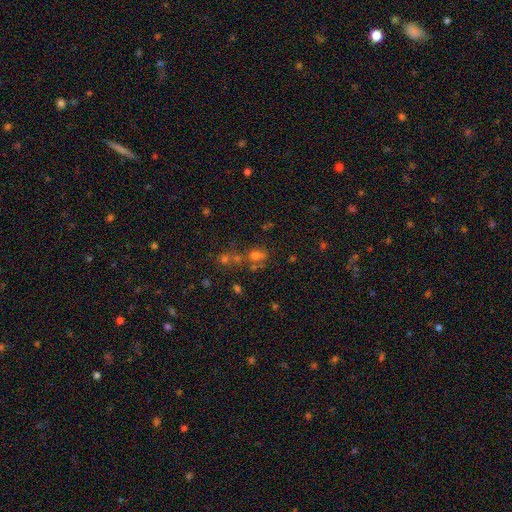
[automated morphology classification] Smooth or featured?
  - smooth: 58% *
  - star or artifact: 28%
  - featured or disk: 14%
How rounded?
  - round: 70% *
  - in between: 28%
  - cigar-shaped: 2%
Merging?
  - none: 46% *
  - merger: 37%
  - minor disturbance: 10%
  - major disturbance: 6%